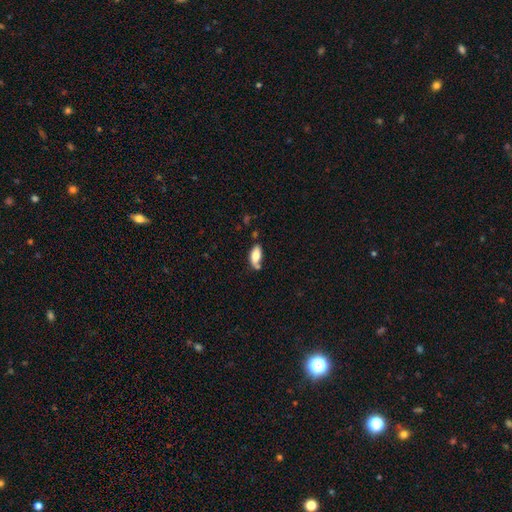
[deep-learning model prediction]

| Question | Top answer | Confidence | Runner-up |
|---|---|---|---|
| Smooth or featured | smooth | 76% | featured or disk (17%) |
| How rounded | in between | 87% | cigar-shaped (10%) |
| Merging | none | 59% | minor disturbance (22%) |